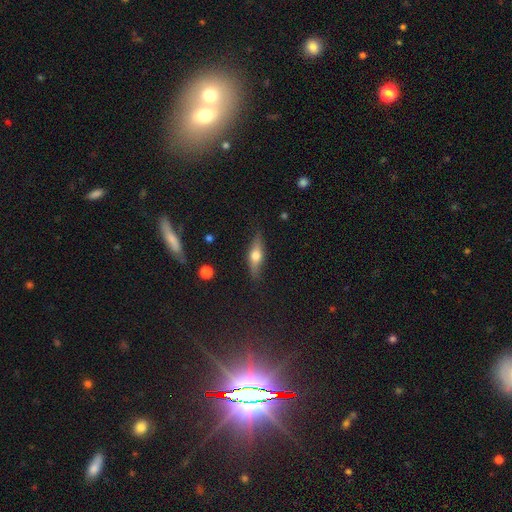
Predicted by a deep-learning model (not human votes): A smooth galaxy with no disk features (48%).

Vote fractions:
- Smooth or featured? smooth: 48% / featured or disk: 45% / star or artifact: 7%
- Merging? none: 82% / minor disturbance: 13% / major disturbance: 3% / merger: 1%